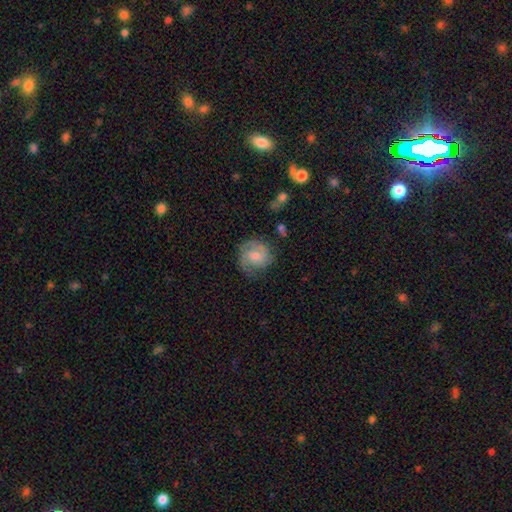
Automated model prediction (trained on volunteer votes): This appears to be a featured or disk galaxy (73%) with no bar (66%), 2 (50%) tight (52%) spiral arms (94%) and a moderate central bulge (47%). Merging: none (71%).